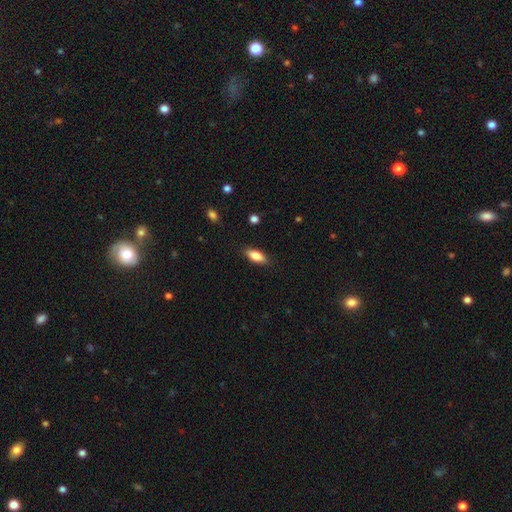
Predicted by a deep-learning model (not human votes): smooth-or-featured: smooth: 81% | featured or disk: 13% | star or artifact: 7%
  how-rounded: in between: 75% | cigar-shaped: 22% | round: 2%
  merging: none: 86% | minor disturbance: 10% | major disturbance: 2% | merger: 1%